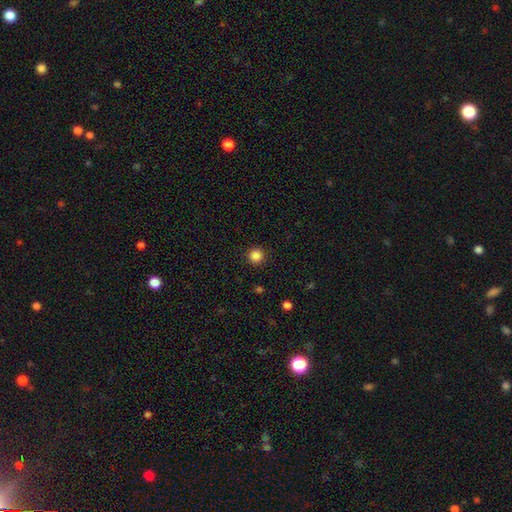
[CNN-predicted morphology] Smooth or featured: smooth — 86% (star or artifact — 11%)
How rounded: round — 95% (in between — 4%)
Merging: none — 92% (minor disturbance — 5%)